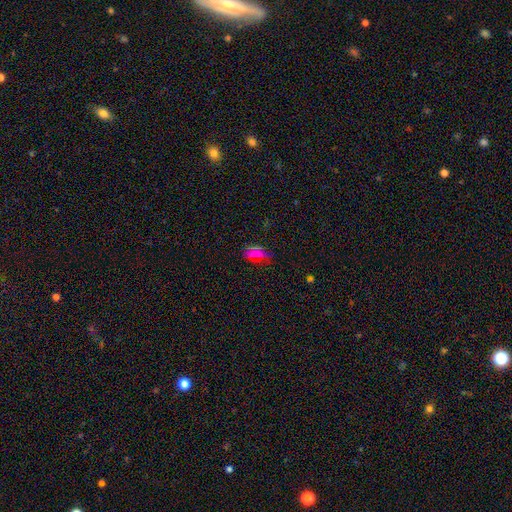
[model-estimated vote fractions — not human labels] The model was most divided on "smooth or featured": smooth: 59%, star or artifact: 29%, featured or disk: 11%. More confident: how rounded — in between (80%); merging — none (76%).